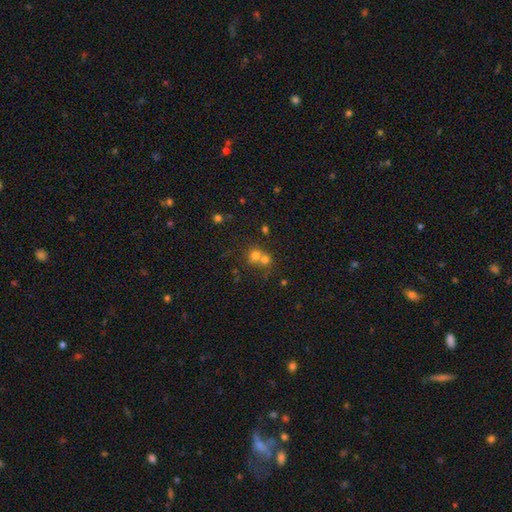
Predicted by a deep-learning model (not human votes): A smooth galaxy with no disk features (69%) that is round (80%).

Vote fractions:
- Smooth or featured? smooth: 69% / star or artifact: 17% / featured or disk: 14%
- How rounded? round: 80% / in between: 19% / cigar-shaped: 1%
- Merging? merger: 57% / none: 35% / minor disturbance: 5% / major disturbance: 3%